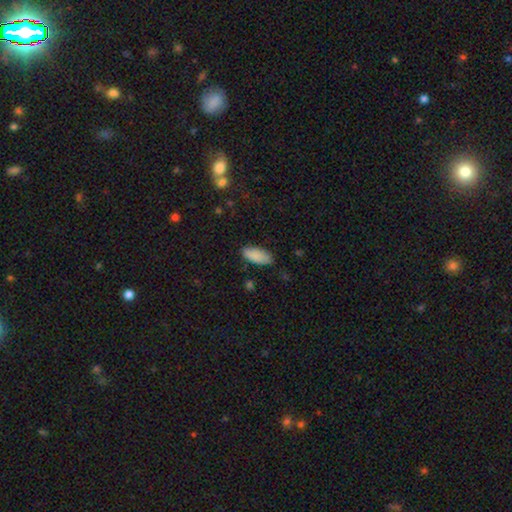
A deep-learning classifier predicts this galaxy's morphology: A smooth galaxy with no disk features (89%) that is in between round and cigar-shaped (88%). Merging: none (82%).